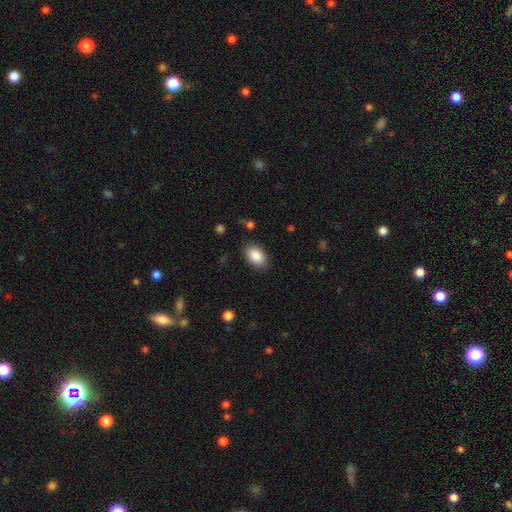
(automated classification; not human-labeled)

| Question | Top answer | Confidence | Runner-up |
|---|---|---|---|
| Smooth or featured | smooth | 88% | star or artifact (7%) |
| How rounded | in between | 89% | round (10%) |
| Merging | none | 85% | minor disturbance (10%) |